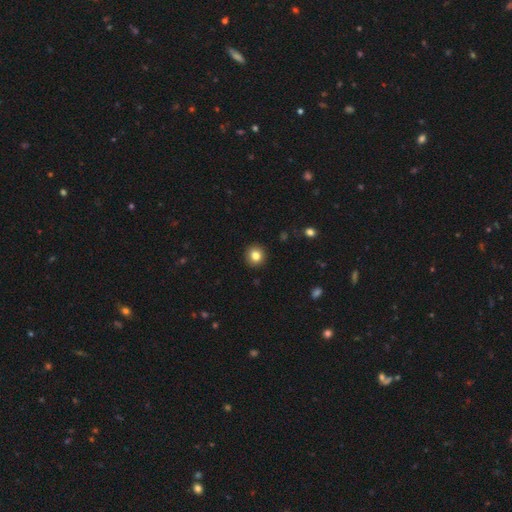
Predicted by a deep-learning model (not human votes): A smooth galaxy with no disk features (83%) that is round (89%).

Vote fractions:
- Smooth or featured? smooth: 83% / star or artifact: 10% / featured or disk: 7%
- How rounded? round: 89% / in between: 10% / cigar-shaped: 1%
- Merging? none: 92% / minor disturbance: 5% / major disturbance: 2% / merger: 1%